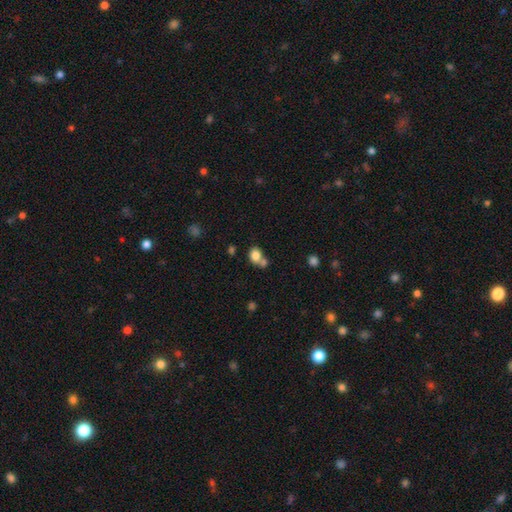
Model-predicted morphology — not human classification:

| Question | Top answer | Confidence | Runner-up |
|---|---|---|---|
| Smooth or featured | smooth | 81% | star or artifact (10%) |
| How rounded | round | 55% | in between (44%) |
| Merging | merger | 44% | none (41%) |